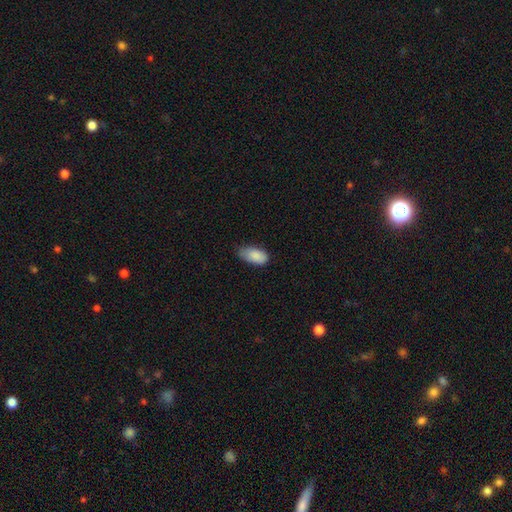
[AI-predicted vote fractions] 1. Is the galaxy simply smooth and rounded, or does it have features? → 87% smooth, 7% star or artifact, 6% featured or disk.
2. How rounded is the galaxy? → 94% in between, 3% cigar-shaped, 3% round.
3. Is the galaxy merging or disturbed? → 54% none, 39% minor disturbance, 6% major disturbance, 1% merger.